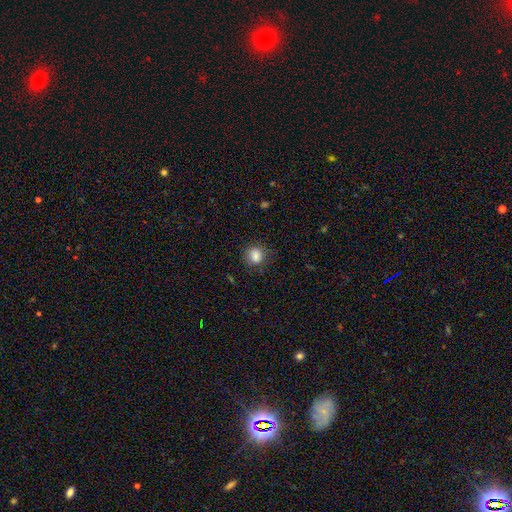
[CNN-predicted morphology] Smooth or featured? smooth (85%)
How rounded? round (77%)
Merging? none (79%)